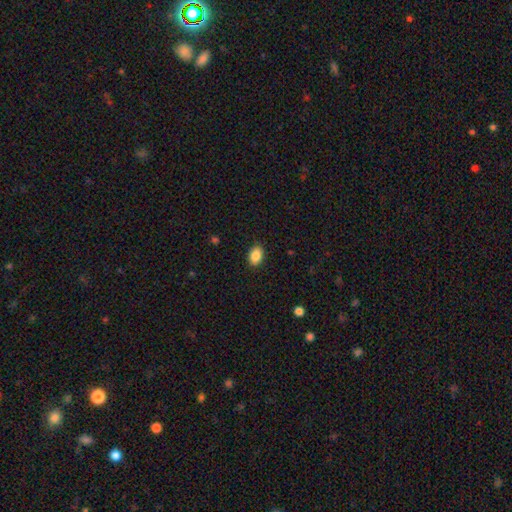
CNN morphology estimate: Smooth or featured?
  - smooth: 87% *
  - star or artifact: 8%
  - featured or disk: 4%
How rounded?
  - in between: 82% *
  - round: 16%
  - cigar-shaped: 1%
Merging?
  - none: 89% *
  - minor disturbance: 8%
  - major disturbance: 2%
  - merger: 1%